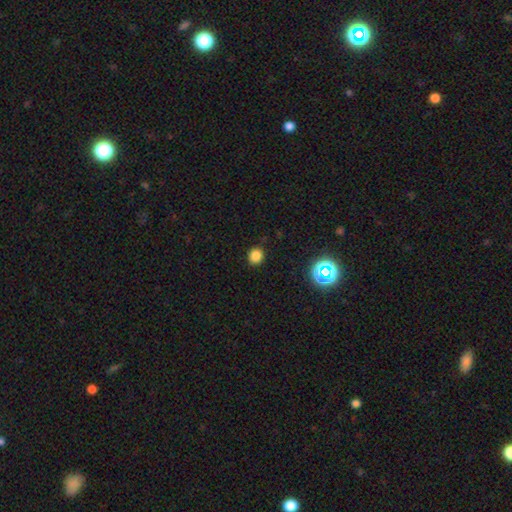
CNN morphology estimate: Smooth or featured? Predicted: smooth (p=0.81). How rounded? Predicted: round (p=0.84). Merging? Predicted: none (p=0.90).